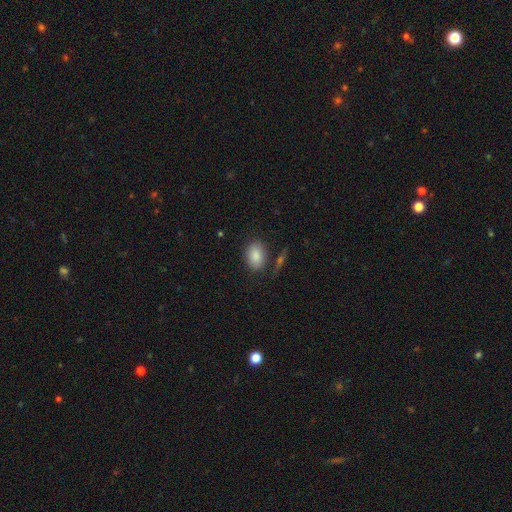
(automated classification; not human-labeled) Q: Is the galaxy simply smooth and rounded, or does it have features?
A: smooth — 86%.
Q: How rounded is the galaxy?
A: in between — 82%.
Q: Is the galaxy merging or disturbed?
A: none — 77%.